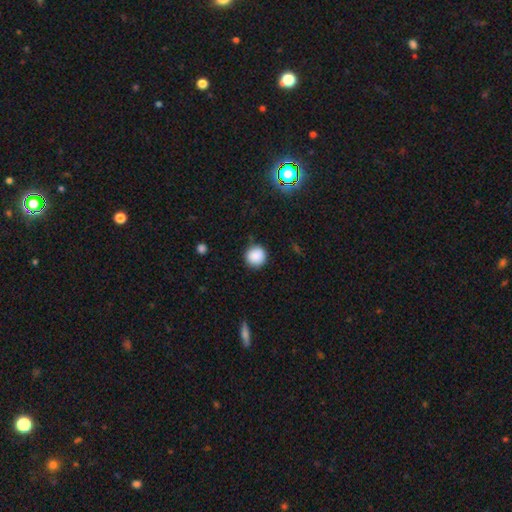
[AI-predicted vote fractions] Smooth or featured: smooth — 87% (star or artifact — 9%)
How rounded: round — 93% (in between — 6%)
Merging: none — 87% (minor disturbance — 9%)